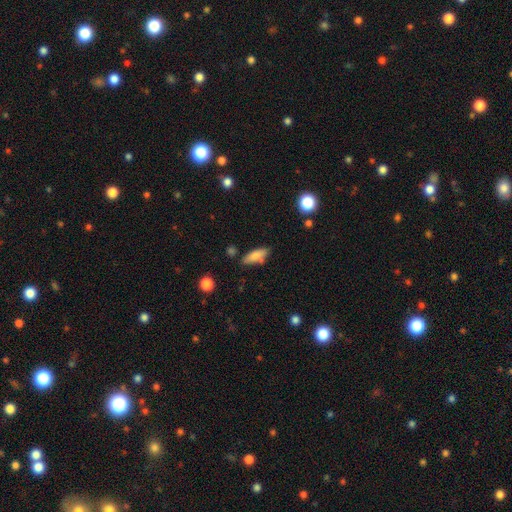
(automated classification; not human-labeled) Smooth or featured? smooth (78%)
How rounded? in between (64%)
Merging? none (74%)